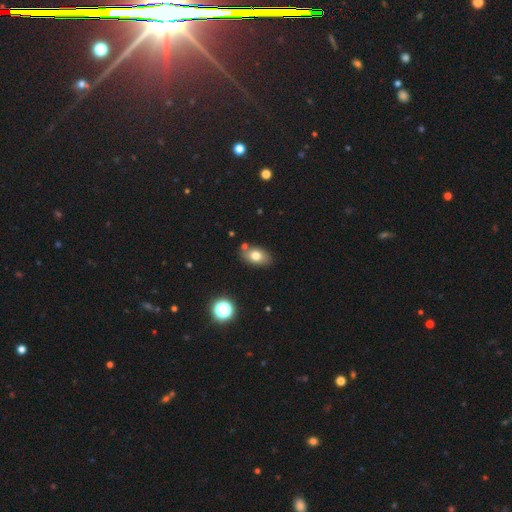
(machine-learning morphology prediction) This is likely a smooth galaxy (76%). How rounded: clearly in between (85%). Merging: likely none (77%).